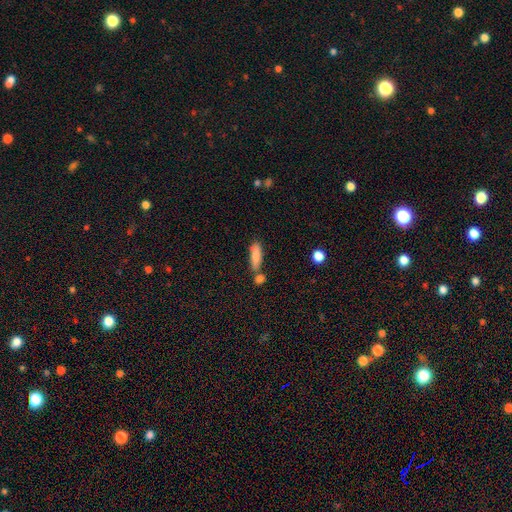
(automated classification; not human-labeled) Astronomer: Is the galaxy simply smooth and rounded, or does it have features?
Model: smooth — 82%.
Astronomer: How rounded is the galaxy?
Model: in between — 50% (runner-up: cigar-shaped, 47%).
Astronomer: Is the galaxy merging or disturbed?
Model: none — 58%.